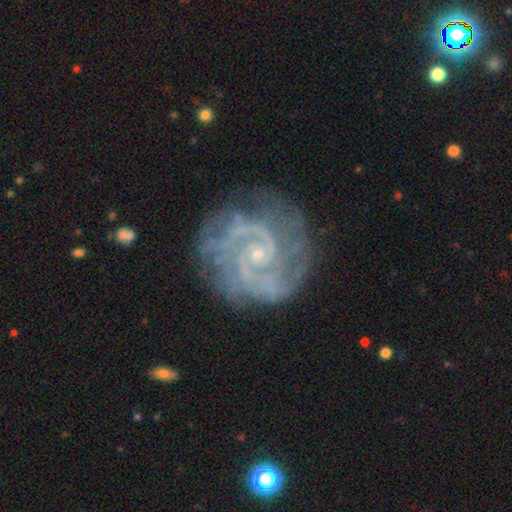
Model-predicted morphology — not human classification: This is clearly a featured or disk galaxy (89%). It is clearly not viewed edge-on (98%). Bar: likely no (63%). Spiral arm pattern: clearly yes (97%). Spiral arm count: marginally 2 (43%). Spiral winding: possibly tight (60%). Central bulge: clearly small (83%). Merging: likely none (74%).